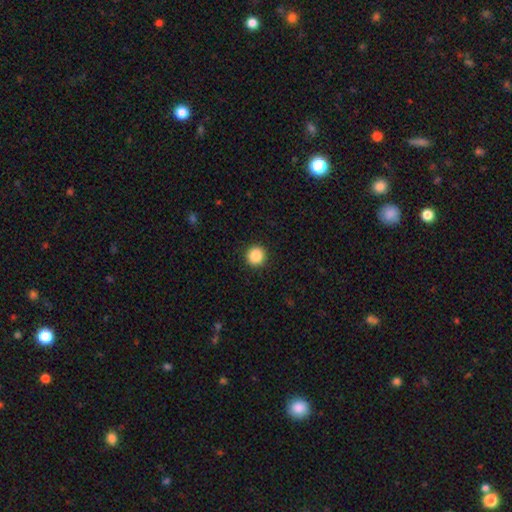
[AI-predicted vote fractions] smooth_or_featured: smooth (p=0.87) [alt: star or artifact p=0.09]
how_rounded: round (p=0.95) [alt: in between p=0.04]
merging: none (p=0.93) [alt: minor disturbance p=0.05]